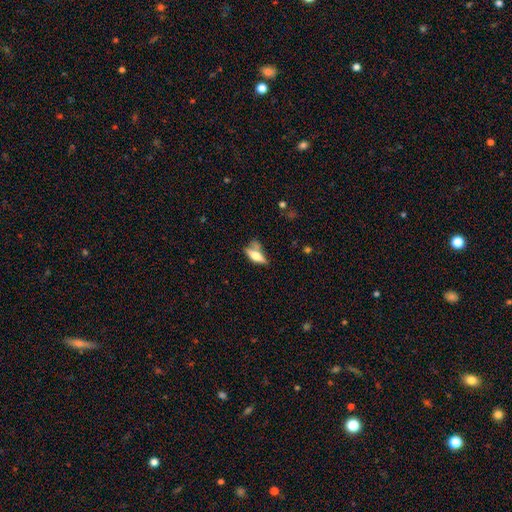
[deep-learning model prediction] Q: Smooth or featured?
A: smooth (54%); runner-up: featured or disk (38%)
Q: How rounded?
A: in between (55%); runner-up: cigar-shaped (41%)
Q: Merging?
A: none (47%); runner-up: minor disturbance (21%)